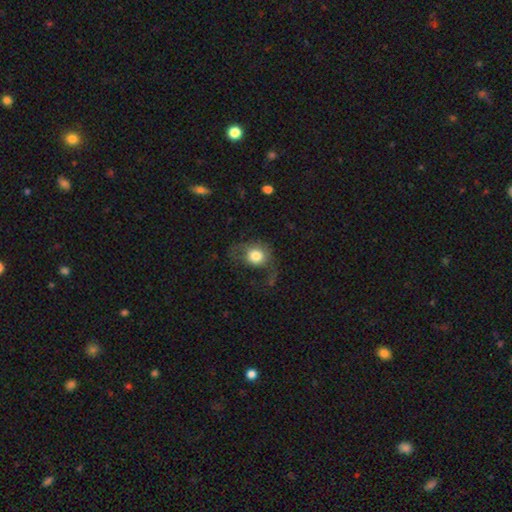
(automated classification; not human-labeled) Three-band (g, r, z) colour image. It shows a smooth galaxy with no disk features (71%) that is round (70%). Merging: major disturbance (42%).